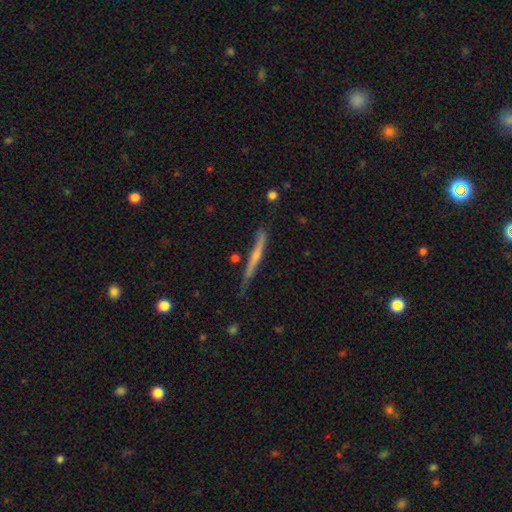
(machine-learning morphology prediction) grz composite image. It shows a featured or disk galaxy (57%) viewed edge-on (92%) with a rounded central bulge (52%). Merging: none (80%).